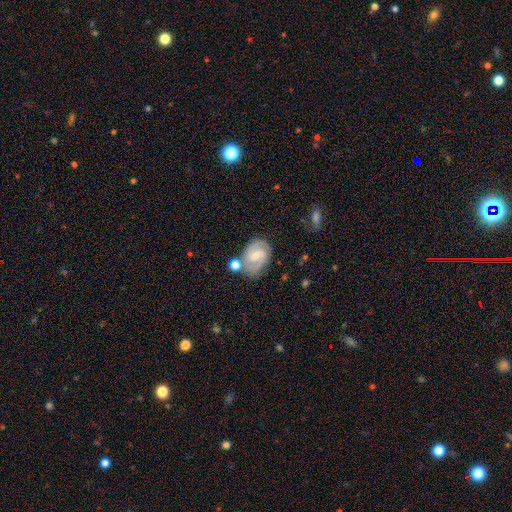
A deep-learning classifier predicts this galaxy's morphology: Smooth or featured? Predicted: featured or disk (p=0.84). Edge-on disk? Predicted: no (p=0.98). Bar? Predicted: weak (p=0.52). Spiral arms? Predicted: yes (p=0.97). Spiral winding? Predicted: tight (p=0.48). Spiral arm count? Predicted: 2 (p=0.88). Bulge size? Predicted: small (p=0.48). Merging? Predicted: none (p=0.74).